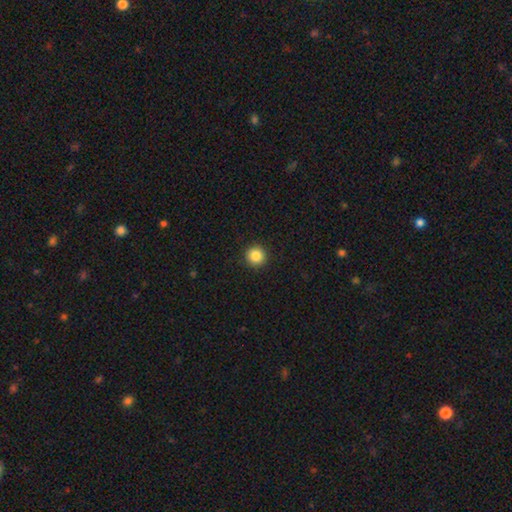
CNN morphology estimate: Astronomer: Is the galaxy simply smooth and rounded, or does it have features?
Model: smooth — 86%.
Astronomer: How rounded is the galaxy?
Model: round — 96%.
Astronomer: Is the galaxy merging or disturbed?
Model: none — 93%.